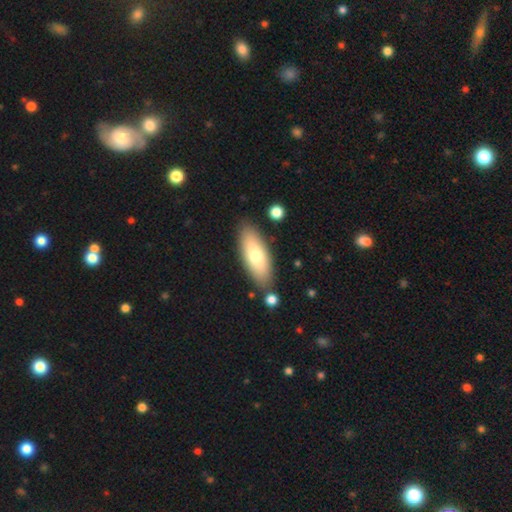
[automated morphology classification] Smooth or featured: smooth — 71% (featured or disk — 24%)
How rounded: in between — 69% (cigar-shaped — 28%)
Merging: none — 83% (minor disturbance — 10%)